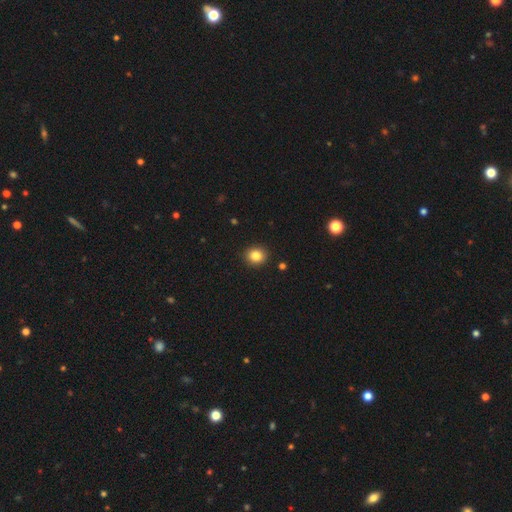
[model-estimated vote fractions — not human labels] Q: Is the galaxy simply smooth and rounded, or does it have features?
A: smooth — 85%.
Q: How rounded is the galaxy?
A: round — 77%.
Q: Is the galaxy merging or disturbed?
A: none — 91%.